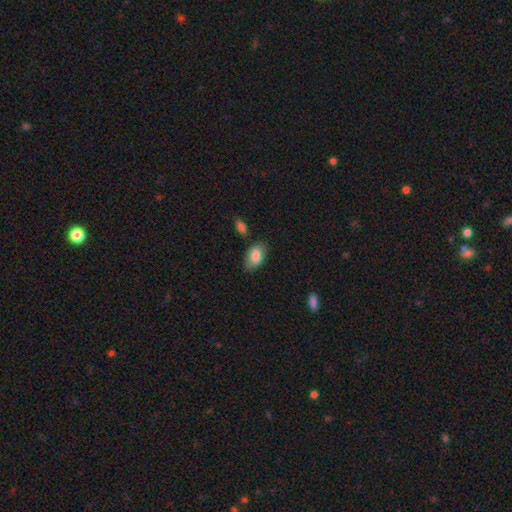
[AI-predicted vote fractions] This appears to be a smooth galaxy with no disk features (81%) that is in between round and cigar-shaped (93%). Merging: none (71%).